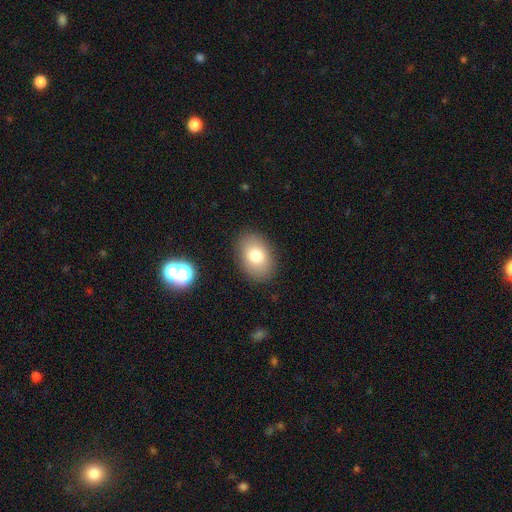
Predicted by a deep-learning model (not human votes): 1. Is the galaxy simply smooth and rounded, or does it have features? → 79% smooth, 12% featured or disk, 9% star or artifact.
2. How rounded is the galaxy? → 82% in between, 17% round, 1% cigar-shaped.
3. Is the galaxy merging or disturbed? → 87% none, 9% minor disturbance, 3% major disturbance, 1% merger.